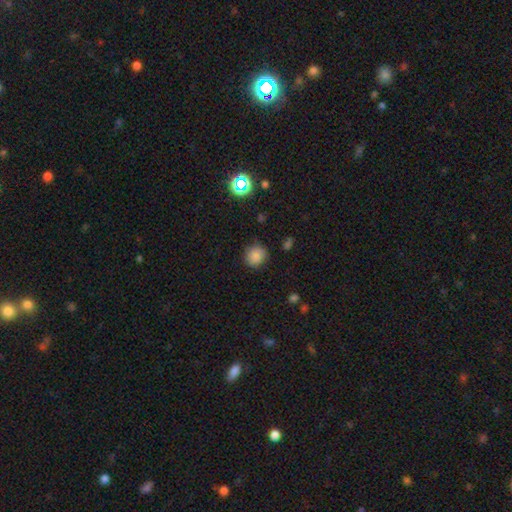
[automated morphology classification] A smooth galaxy with no disk features (83%) that is round (84%).

Vote fractions:
- Smooth or featured? smooth: 83% / star or artifact: 12% / featured or disk: 5%
- How rounded? round: 84% / in between: 15% / cigar-shaped: 1%
- Merging? none: 81% / minor disturbance: 14% / major disturbance: 3% / merger: 2%